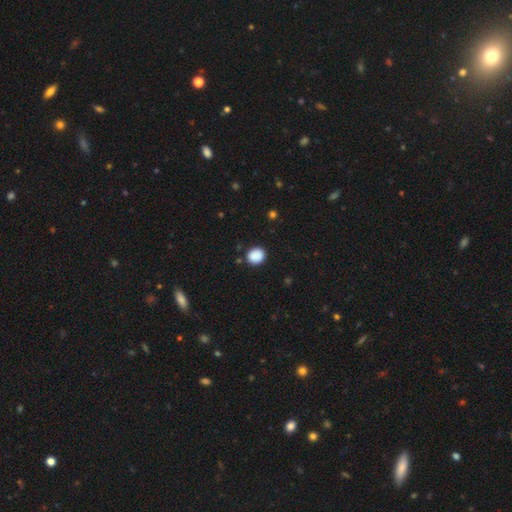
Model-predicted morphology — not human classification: Q: Smooth or featured?
A: smooth (88%); runner-up: star or artifact (9%)
Q: How rounded?
A: round (76%); runner-up: in between (23%)
Q: Merging?
A: none (87%); runner-up: minor disturbance (9%)